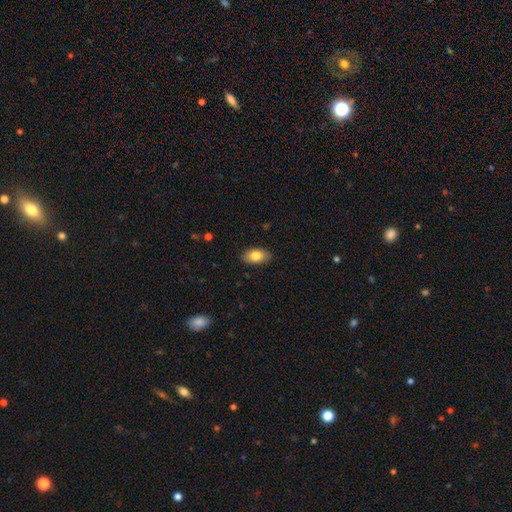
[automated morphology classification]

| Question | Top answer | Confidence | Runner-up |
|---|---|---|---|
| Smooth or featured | smooth | 80% | featured or disk (13%) |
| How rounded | in between | 92% | round (5%) |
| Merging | none | 88% | minor disturbance (9%) |